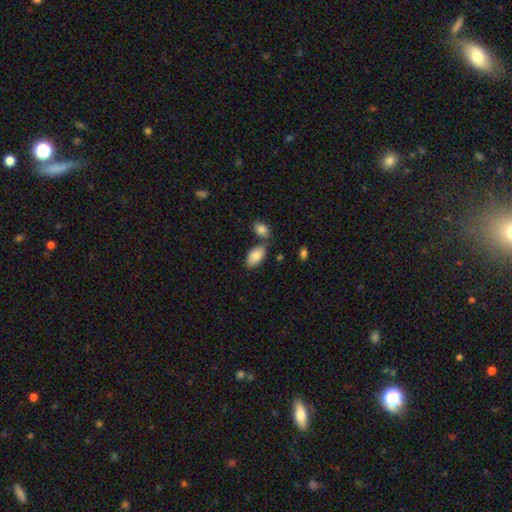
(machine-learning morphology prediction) A smooth galaxy with no disk features (86%) that is in between round and cigar-shaped (95%). Merging: none (64%).